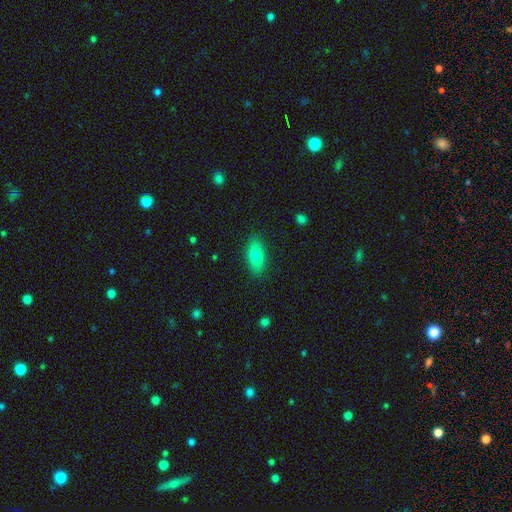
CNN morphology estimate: Smooth or featured? Predicted: smooth (p=0.77). How rounded? Predicted: in between (p=0.84). Merging? Predicted: none (p=0.87).